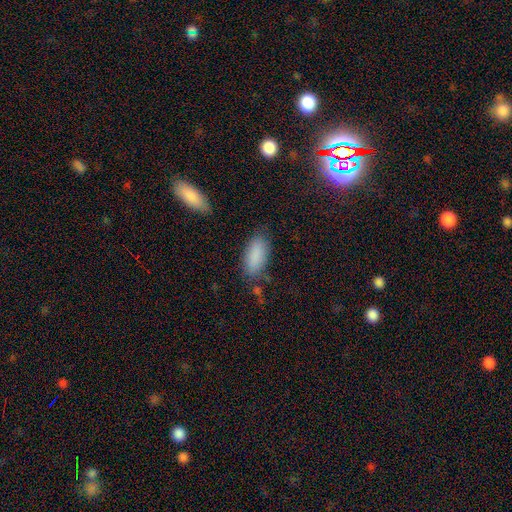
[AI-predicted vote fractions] This appears to be a smooth galaxy with no disk features (88%) that is in between round and cigar-shaped (85%). Merging: none (75%).